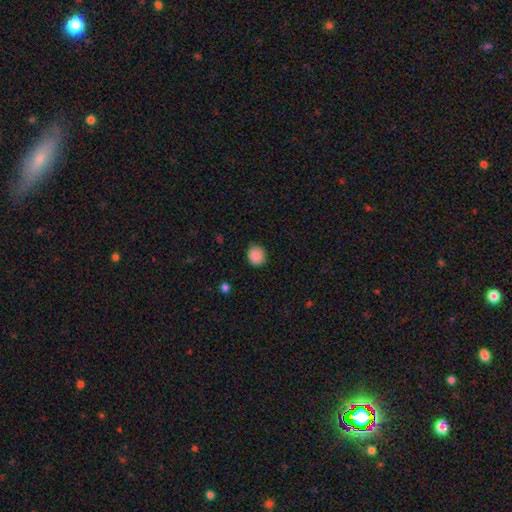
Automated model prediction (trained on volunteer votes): This is clearly a smooth galaxy (89%). How rounded: likely round (75%). Merging: clearly none (85%).